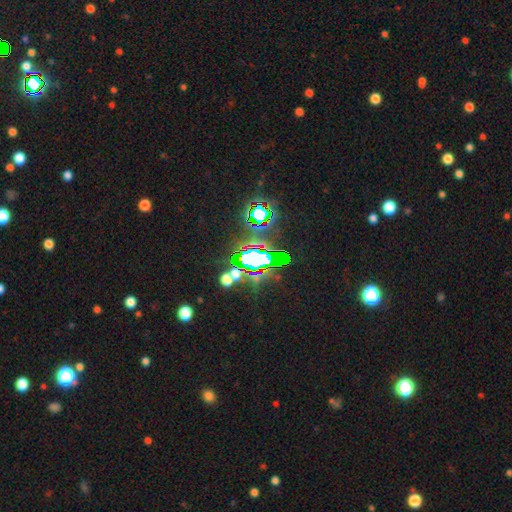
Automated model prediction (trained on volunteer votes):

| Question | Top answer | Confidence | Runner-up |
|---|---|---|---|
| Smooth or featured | star or artifact | 64% | featured or disk (18%) |